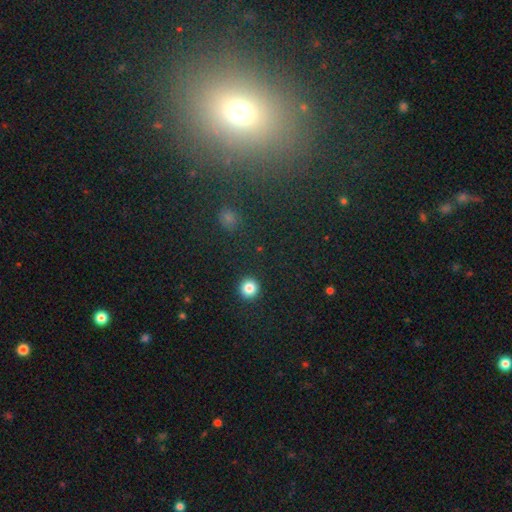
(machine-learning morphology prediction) Smooth or featured? smooth (53%)
How rounded? round (57%)
Merging? none (86%)